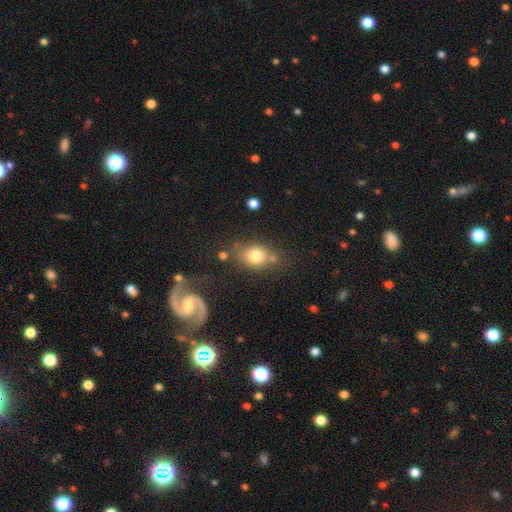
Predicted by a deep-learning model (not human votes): Smooth or featured: smooth — 74% (featured or disk — 16%)
How rounded: in between — 60% (round — 38%)
Merging: none — 60% (minor disturbance — 19%)